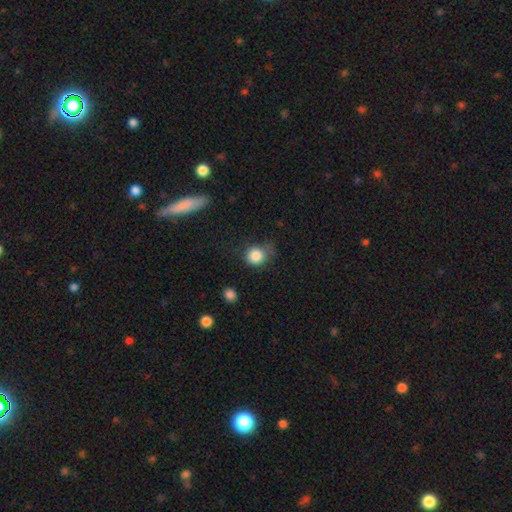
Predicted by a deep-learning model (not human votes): smooth_or_featured: smooth (p=0.84) [alt: star or artifact p=0.10]
how_rounded: round (p=0.80) [alt: in between p=0.19]
merging: none (p=0.52) [alt: minor disturbance p=0.32]